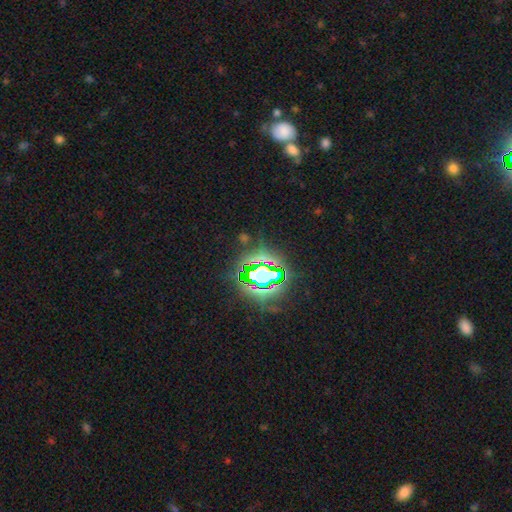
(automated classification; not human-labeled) Overall: star or artifact (82%).